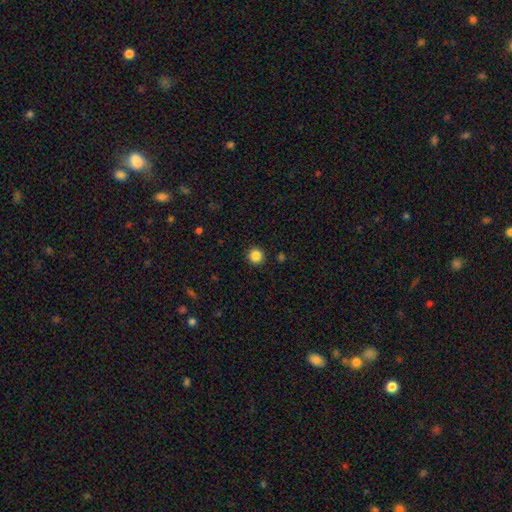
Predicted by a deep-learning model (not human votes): Smooth or featured: smooth — 86% (star or artifact — 11%)
How rounded: round — 95% (in between — 4%)
Merging: none — 92% (minor disturbance — 5%)